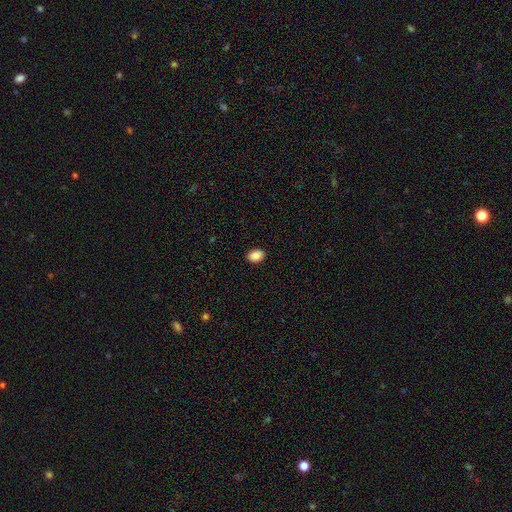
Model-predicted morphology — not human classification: type=smooth (88%); roundness=in between (75%); merging=none (90%).